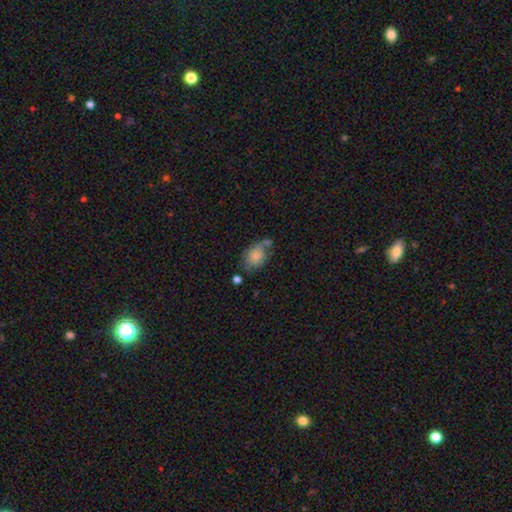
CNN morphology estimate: This appears to be a smooth galaxy with no disk features (82%) that is in between round and cigar-shaped (72%). Merging: none (50%).